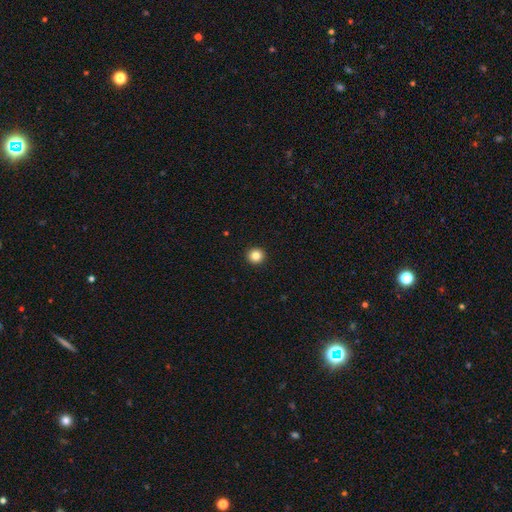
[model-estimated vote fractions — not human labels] A smooth galaxy with no disk features (84%) that is round (95%). Merging: none (94%).